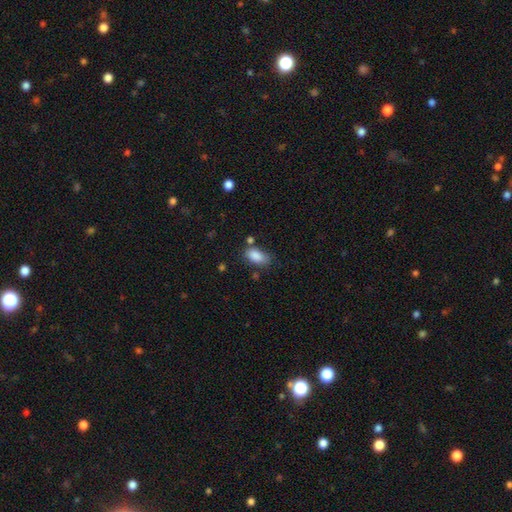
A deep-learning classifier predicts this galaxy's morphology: This is clearly a smooth galaxy (86%). How rounded: clearly in between (91%). Merging: likely none (64%).